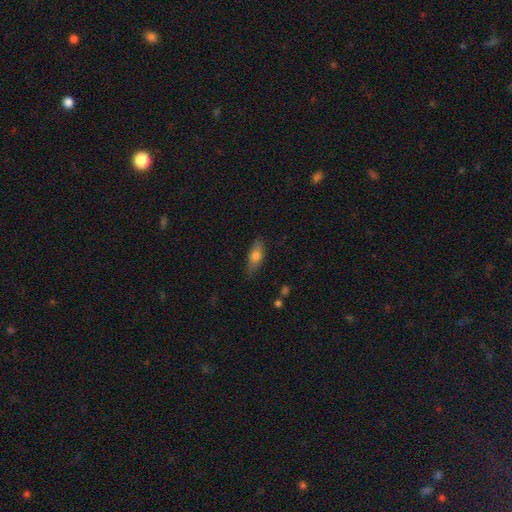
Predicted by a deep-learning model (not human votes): The model was most divided on "how rounded": in between: 68%, cigar-shaped: 29%, round: 3%. More confident: merging — none (81%); smooth or featured — smooth (70%).